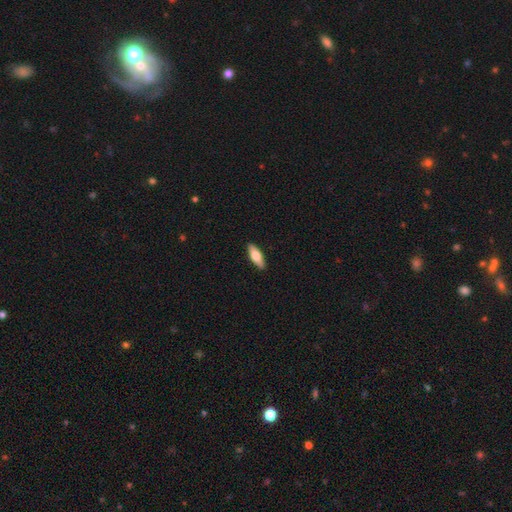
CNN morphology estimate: Overall: smooth (66%; featured or disk 29%). How rounded: in between (60%; cigar-shaped 37%). Merging: none (90%).